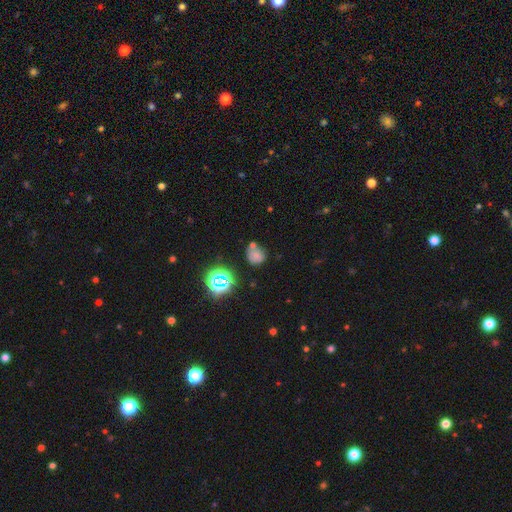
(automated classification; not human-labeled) Smooth or featured? smooth (65%)
How rounded? round (79%)
Merging? none (57%)